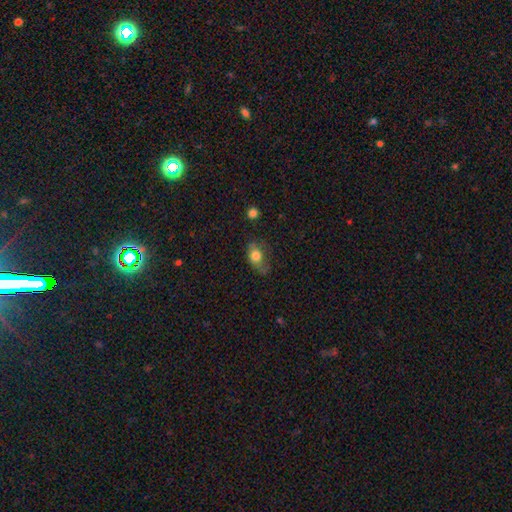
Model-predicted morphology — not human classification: smooth 74%, featured or disk 17%, star or artifact 9%. Down the decision tree: how rounded — in between (76%); merging — none (46%).